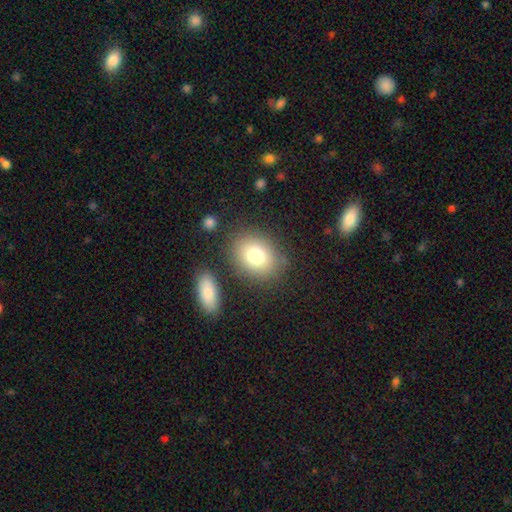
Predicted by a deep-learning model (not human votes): The model was most divided on "how rounded" (2-way tie): in between: 49%, round: 49%, cigar-shaped: 1%. More confident: merging — none (79%); smooth or featured — smooth (78%).